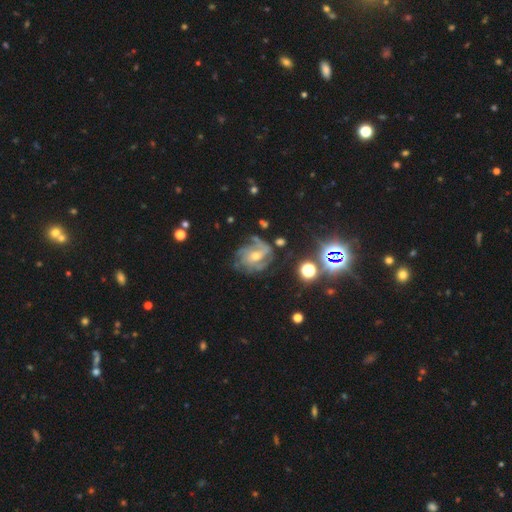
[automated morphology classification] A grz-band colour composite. It shows a featured or disk galaxy (82%) with no bar (54%), 3 (30%) tight (43%) spiral arms (94%) and a moderate central bulge (50%). Merging: none (61%).